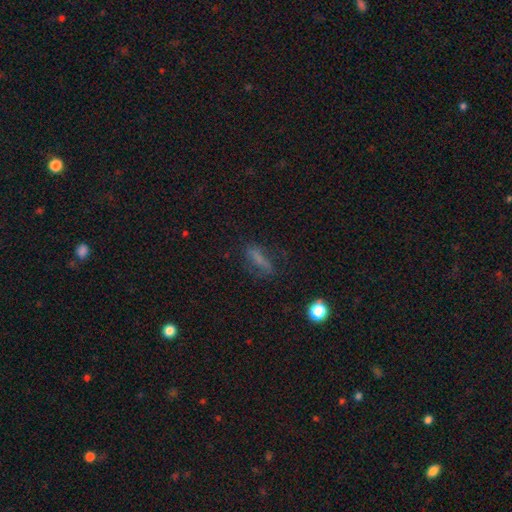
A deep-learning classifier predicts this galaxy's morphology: Smooth or featured? smooth (57%)
How rounded? cigar-shaped (59%)
Merging? none (67%)